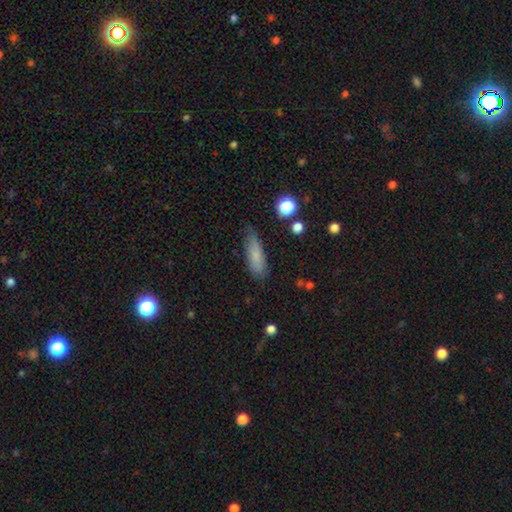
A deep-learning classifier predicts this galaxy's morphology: type=smooth (80%); roundness=in between (52%); merging=none (70%).